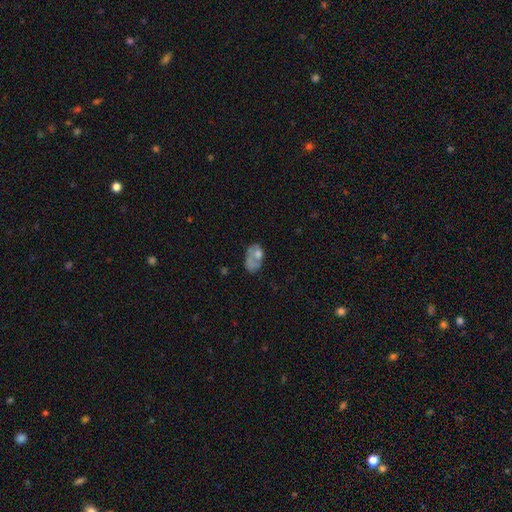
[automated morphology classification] Q: Smooth or featured?
A: smooth (56%); runner-up: featured or disk (35%)
Q: How rounded?
A: in between (84%); runner-up: round (15%)
Q: Merging?
A: major disturbance (33%); runner-up: none (29%)